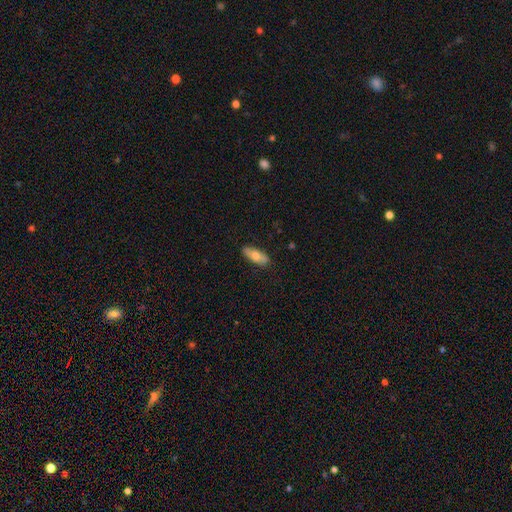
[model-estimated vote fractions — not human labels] smooth 69%, featured or disk 25%, star or artifact 6%. Down the decision tree: how rounded — in between (71%); merging — none (87%).